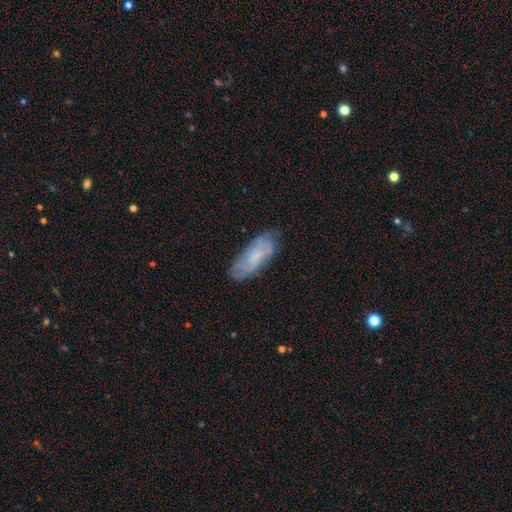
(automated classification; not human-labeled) This is possibly a smooth galaxy (49%). Merging: likely none (72%).